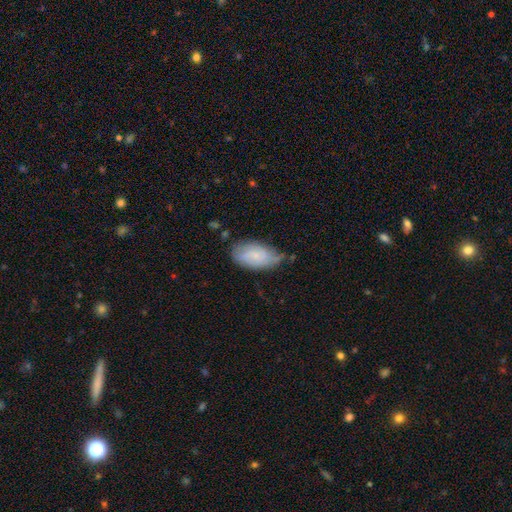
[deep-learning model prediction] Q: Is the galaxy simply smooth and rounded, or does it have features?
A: smooth — 62%.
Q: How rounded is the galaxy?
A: in between — 93%.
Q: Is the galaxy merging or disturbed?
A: none — 54%.